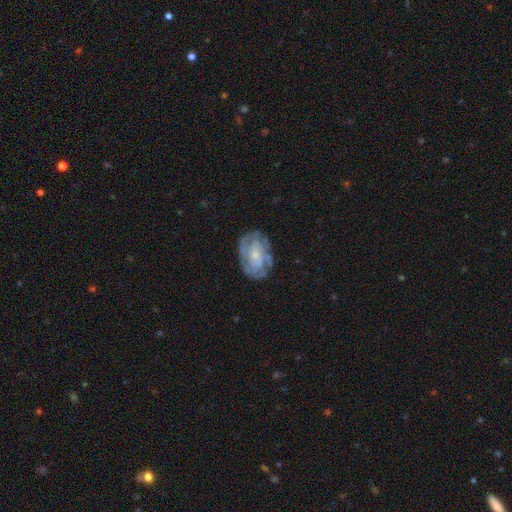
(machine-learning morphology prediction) This is likely a featured or disk galaxy (70%). It is clearly not viewed edge-on (97%). Bar: likely no (76%). Spiral arm pattern: likely yes (70%). Central bulge: likely small (63%). Merging: likely none (67%).